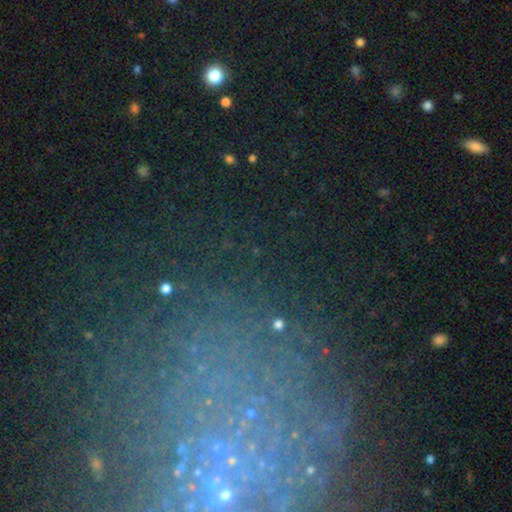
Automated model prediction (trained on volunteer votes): smooth-or-featured: star or artifact: 57% | featured or disk: 26% | smooth: 17%